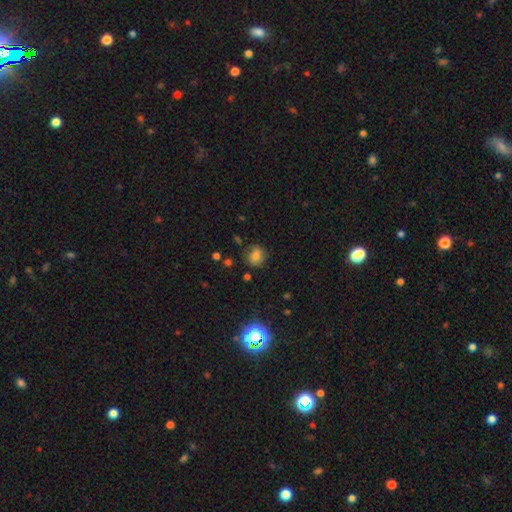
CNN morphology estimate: Overall: smooth (76%). How rounded: round (75%). Merging: none (79%).